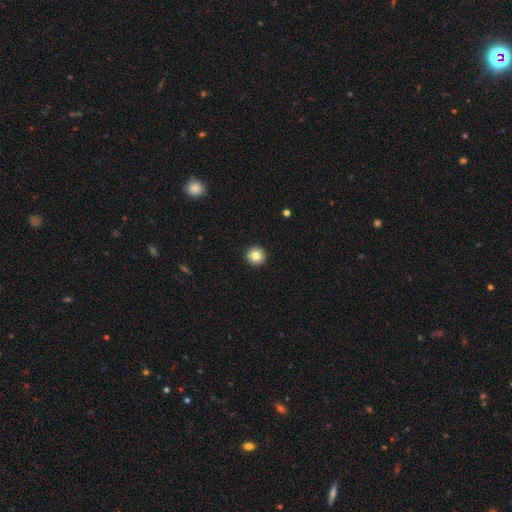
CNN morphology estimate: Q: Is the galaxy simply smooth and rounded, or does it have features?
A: smooth — 83%.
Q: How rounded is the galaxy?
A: round — 96%.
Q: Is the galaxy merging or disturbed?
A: none — 93%.